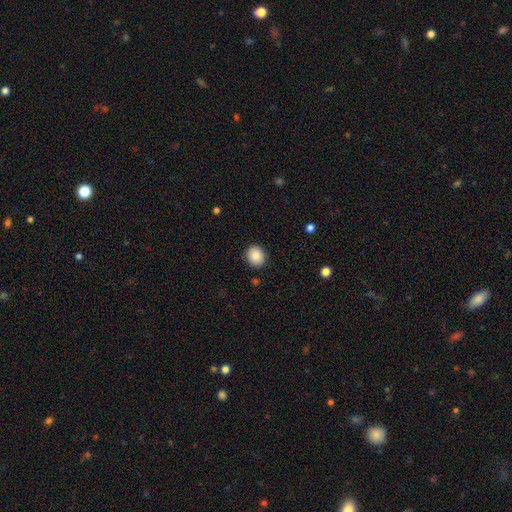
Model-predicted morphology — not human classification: Q: Smooth or featured?
A: smooth (87%); runner-up: star or artifact (8%)
Q: How rounded?
A: round (70%); runner-up: in between (29%)
Q: Merging?
A: none (90%); runner-up: minor disturbance (7%)